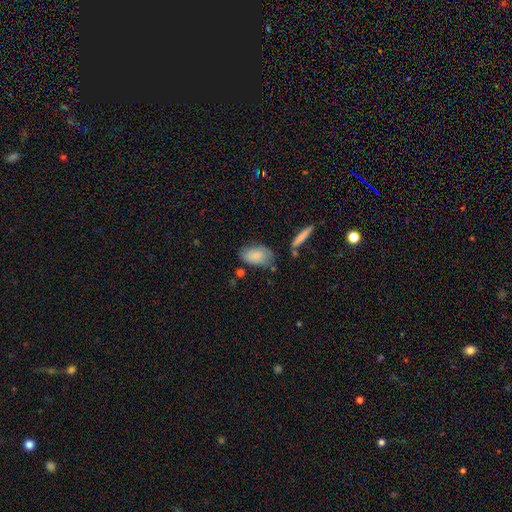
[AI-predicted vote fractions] Smooth or featured?
  - smooth: 78% *
  - featured or disk: 16%
  - star or artifact: 6%
How rounded?
  - in between: 92% *
  - round: 5%
  - cigar-shaped: 3%
Merging?
  - none: 65% *
  - minor disturbance: 22%
  - merger: 6%
  - major disturbance: 6%